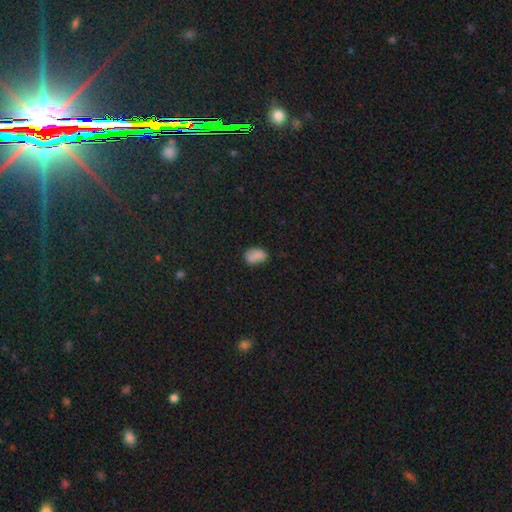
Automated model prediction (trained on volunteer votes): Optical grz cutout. It shows a smooth galaxy with no disk features (82%) that is in between round and cigar-shaped (84%). Merging: none (60%).